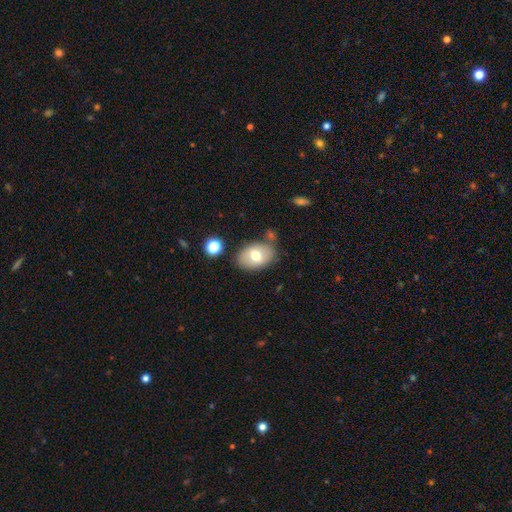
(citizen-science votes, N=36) smooth-or-featured: featured or disk: 58% | smooth: 39% | star or artifact: 3%
  disk-edge-on: no: 71% | yes: 29%
    bar: weak: 47% (tied) | no: 47% (tied) | strong: 7%
    has-spiral-arms: no: 93% | yes: 7%
    bulge-size: moderate: 93% | large: 7% | dominant: 0% | small: 0% | none: 0%
  merging: none: 94% | major disturbance: 3% | merger: 3% | minor disturbance: 0%